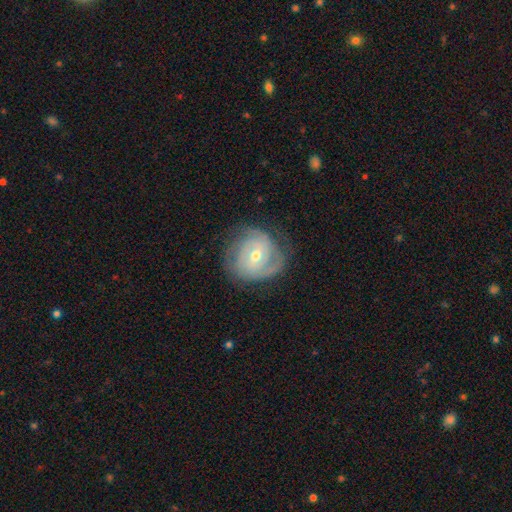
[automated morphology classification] featured or disk 81%, smooth 14%, star or artifact 5%. Down the decision tree: edge-on disk — no (97%); bar — no (47%); spiral arms — yes (93%); spiral arm count — 2 (40%); spiral winding — tight (66%); bulge size — moderate (58%); merging — none (73%).